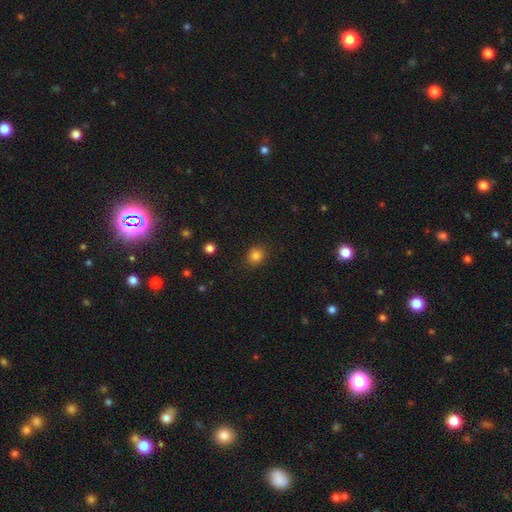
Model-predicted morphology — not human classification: smooth-or-featured: smooth: 84% | star or artifact: 12% | featured or disk: 4%
  how-rounded: round: 81% | in between: 18% | cigar-shaped: 1%
  merging: none: 88% | minor disturbance: 8% | major disturbance: 3% | merger: 1%